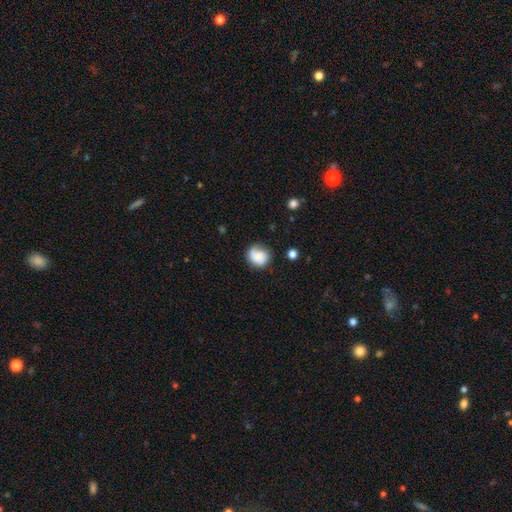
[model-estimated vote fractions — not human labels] smooth_or_featured: smooth (p=0.63) [alt: featured or disk p=0.28]
how_rounded: round (p=0.74) [alt: in between p=0.25]
merging: none (p=0.61) [alt: minor disturbance p=0.25]